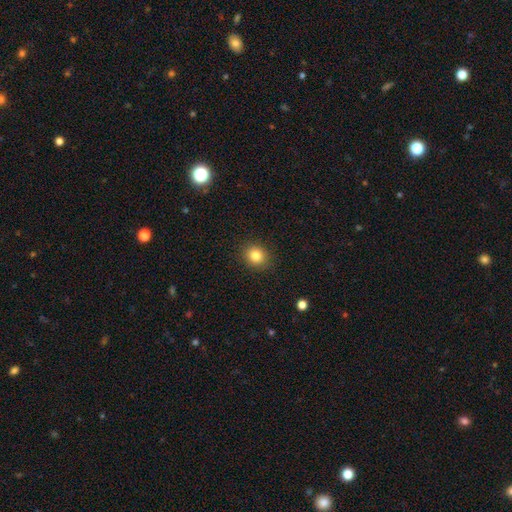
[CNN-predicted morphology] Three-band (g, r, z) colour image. It shows a smooth galaxy with no disk features (83%) that is round (75%). Merging: none (89%).